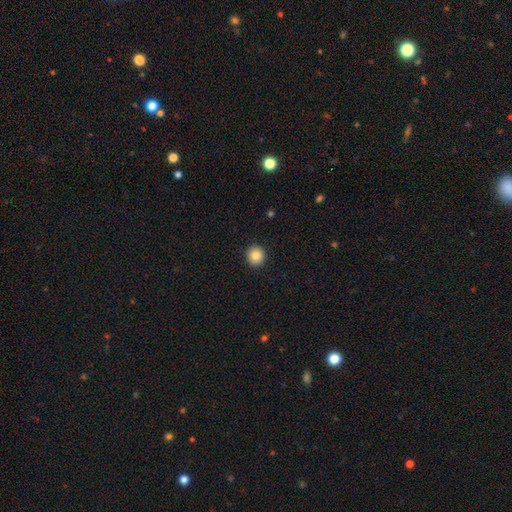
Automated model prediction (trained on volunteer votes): Smooth or featured: smooth — 86% (star or artifact — 9%)
How rounded: round — 92% (in between — 7%)
Merging: none — 92% (minor disturbance — 5%)